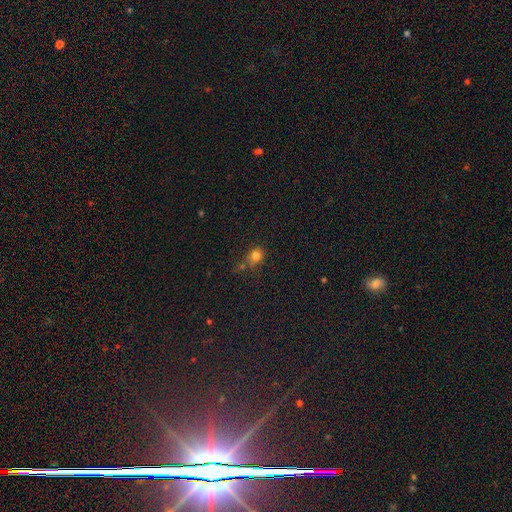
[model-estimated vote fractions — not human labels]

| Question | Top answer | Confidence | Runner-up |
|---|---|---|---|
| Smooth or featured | smooth | 78% | star or artifact (15%) |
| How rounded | round | 78% | in between (21%) |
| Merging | none | 52% | merger (20%) |